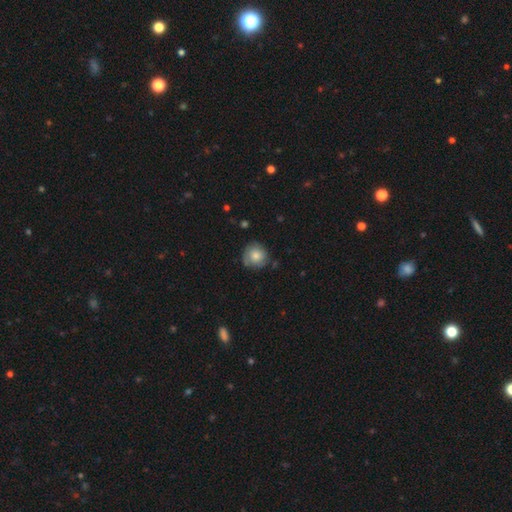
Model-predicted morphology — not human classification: smooth 74%, featured or disk 18%, star or artifact 8%. Down the decision tree: how rounded — round (91%); merging — none (73%).